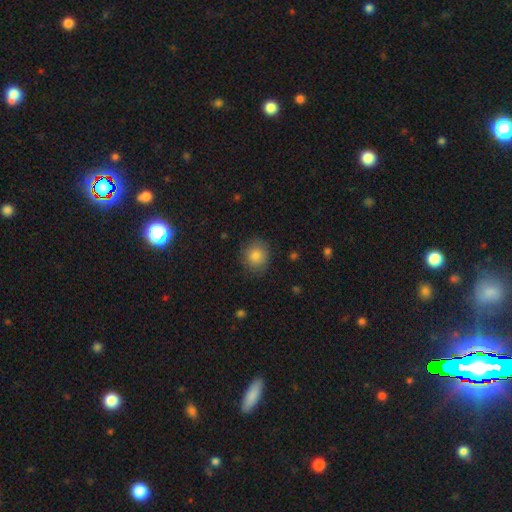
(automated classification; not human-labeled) Smooth or featured? smooth (84%)
How rounded? round (77%)
Merging? none (83%)